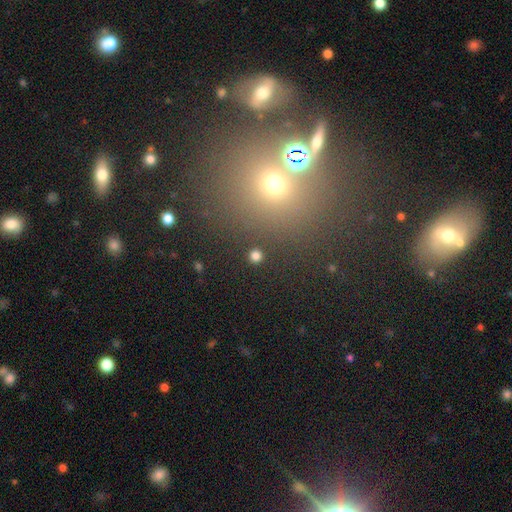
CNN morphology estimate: smooth_or_featured: smooth (p=0.79) [alt: star or artifact p=0.17]
how_rounded: round (p=0.94) [alt: in between p=0.05]
merging: none (p=0.90) [alt: minor disturbance p=0.04]